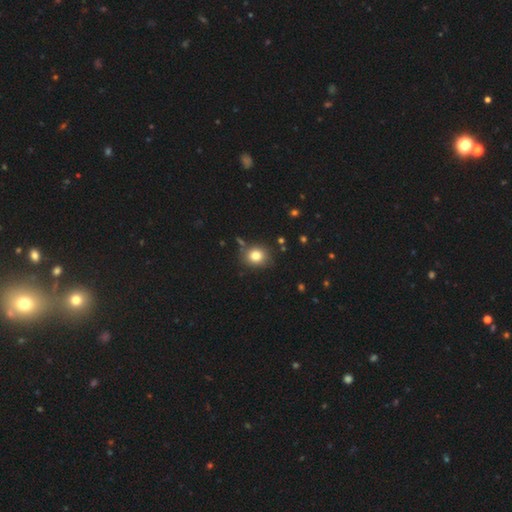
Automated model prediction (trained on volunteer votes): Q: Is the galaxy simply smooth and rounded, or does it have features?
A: smooth — 81%.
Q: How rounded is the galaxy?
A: round — 78%.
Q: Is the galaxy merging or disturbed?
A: none — 83%.